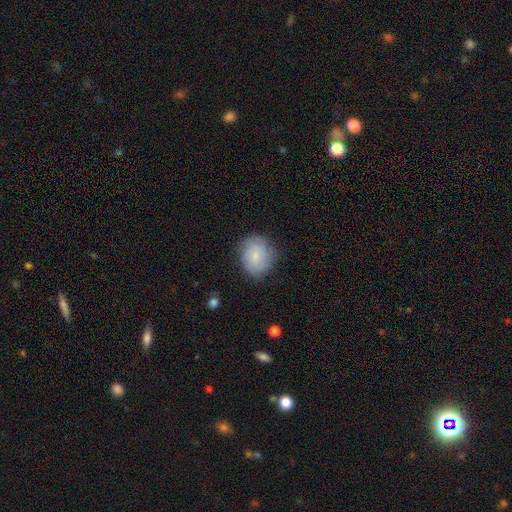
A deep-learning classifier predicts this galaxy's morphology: type=smooth (71%); roundness=round (67%); merging=none (76%).